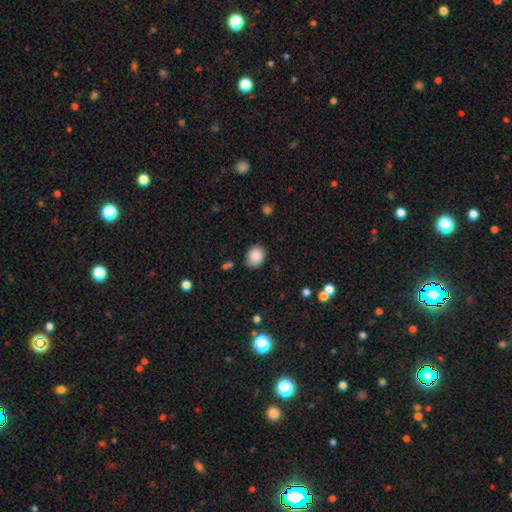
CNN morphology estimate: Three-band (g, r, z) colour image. It shows a smooth galaxy with no disk features (87%) that is round (58%). Merging: none (79%).